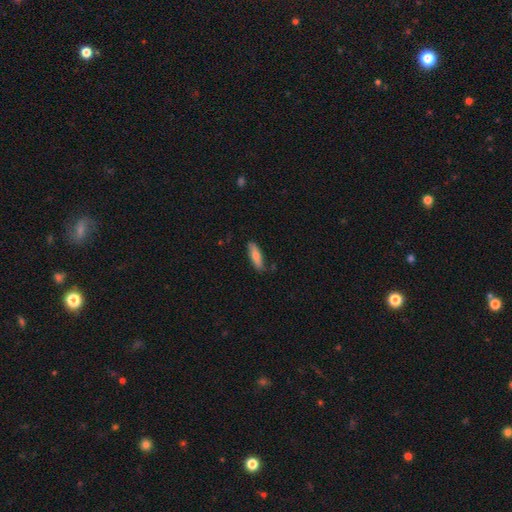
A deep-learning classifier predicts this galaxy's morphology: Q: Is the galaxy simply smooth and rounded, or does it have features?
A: smooth — 71%.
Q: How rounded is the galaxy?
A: cigar-shaped — 60%.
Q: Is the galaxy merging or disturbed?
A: none — 81%.